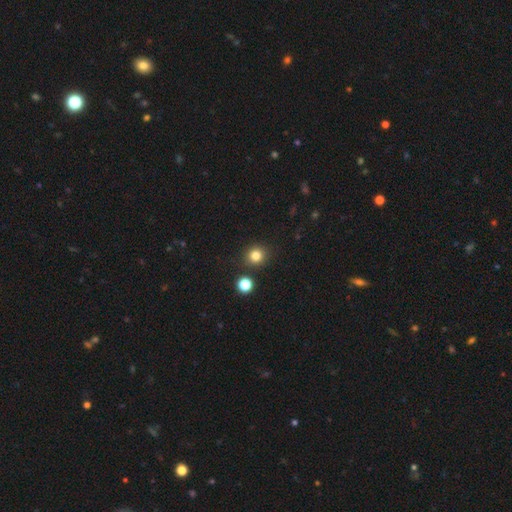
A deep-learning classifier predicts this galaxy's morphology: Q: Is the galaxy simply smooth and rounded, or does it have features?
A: smooth — 81%.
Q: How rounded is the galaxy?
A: round — 90%.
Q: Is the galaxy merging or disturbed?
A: none — 86%.